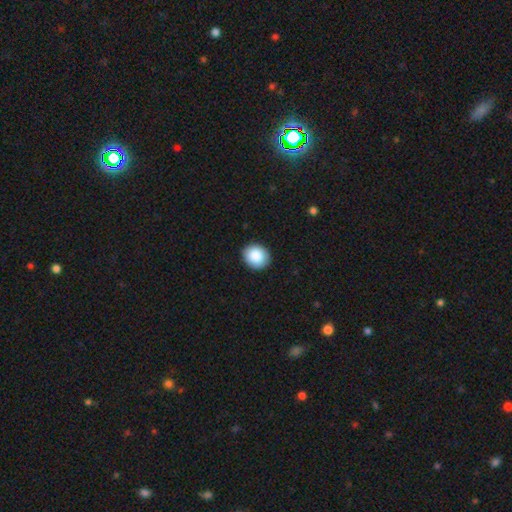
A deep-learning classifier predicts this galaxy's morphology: Smooth or featured? smooth (86%)
How rounded? round (75%)
Merging? none (90%)